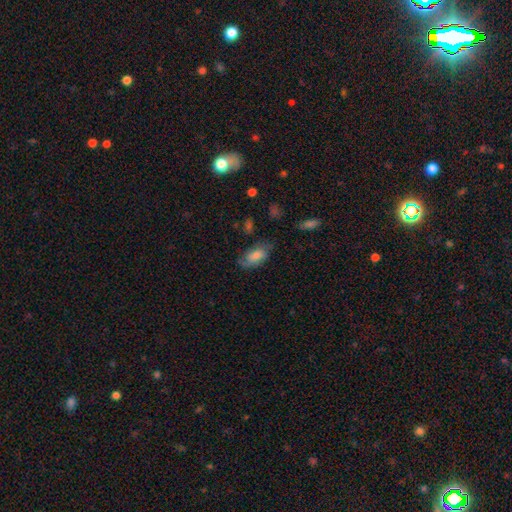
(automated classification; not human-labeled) Overall: smooth (65%; featured or disk 27%). How rounded: in between (91%). Merging: none (64%; minor disturbance 25%).